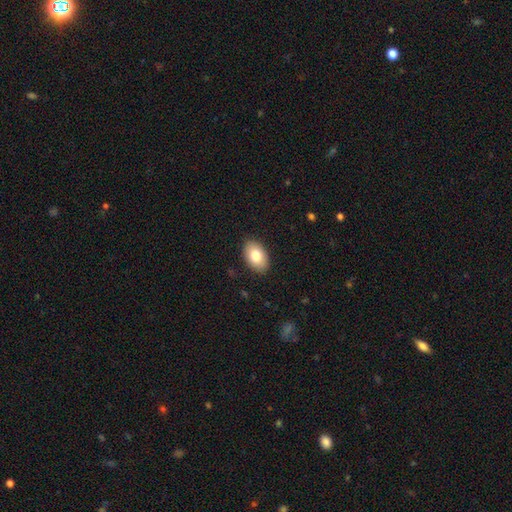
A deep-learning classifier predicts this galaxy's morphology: smooth 80%, featured or disk 13%, star or artifact 7%. Down the decision tree: how rounded — in between (91%); merging — none (88%).